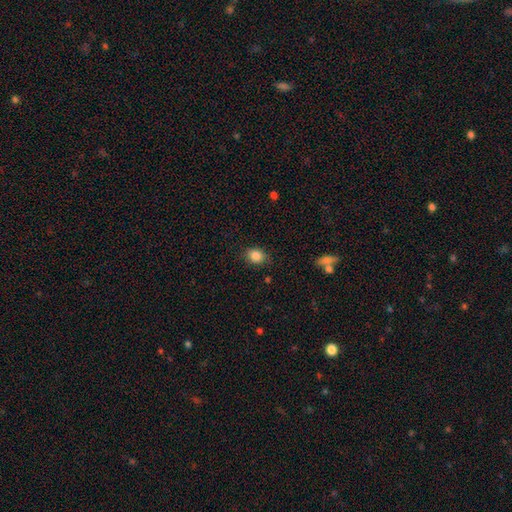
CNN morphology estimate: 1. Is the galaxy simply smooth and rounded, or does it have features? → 86% smooth, 9% star or artifact, 5% featured or disk.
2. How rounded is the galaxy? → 52% in between, 47% round, 1% cigar-shaped.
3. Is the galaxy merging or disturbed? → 81% none, 14% minor disturbance, 3% major disturbance, 2% merger.